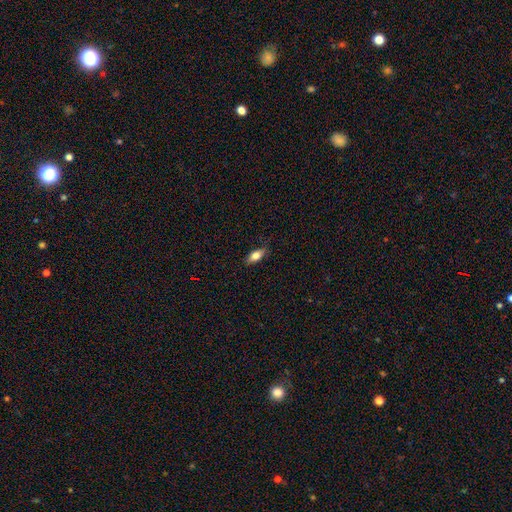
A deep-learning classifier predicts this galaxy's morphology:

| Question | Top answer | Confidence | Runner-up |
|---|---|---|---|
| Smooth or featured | smooth | 73% | featured or disk (20%) |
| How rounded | in between | 76% | cigar-shaped (21%) |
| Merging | none | 83% | minor disturbance (14%) |